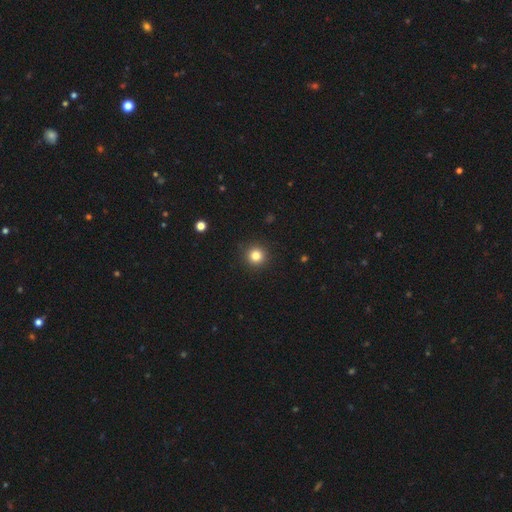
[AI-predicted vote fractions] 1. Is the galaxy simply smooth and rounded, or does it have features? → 82% smooth, 12% star or artifact, 5% featured or disk.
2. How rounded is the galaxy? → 95% round, 4% in between, 1% cigar-shaped.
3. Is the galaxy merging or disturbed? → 92% none, 5% minor disturbance, 2% major disturbance, 1% merger.